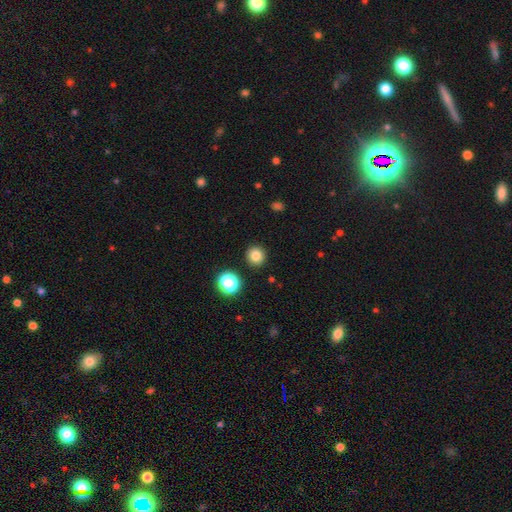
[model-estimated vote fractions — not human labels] The model was most divided on "smooth or featured": smooth: 81%, star or artifact: 13%, featured or disk: 6%. More confident: how rounded — round (94%); merging — none (91%).